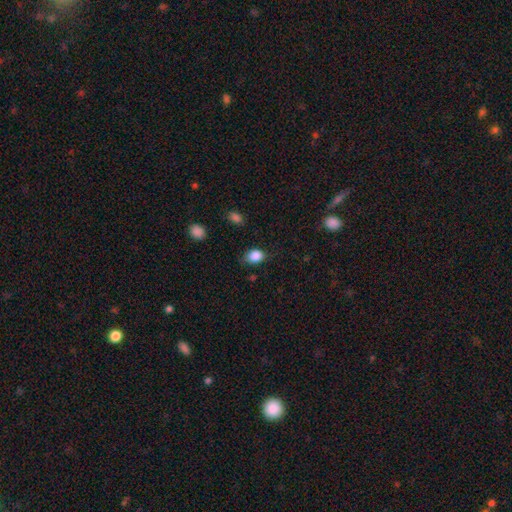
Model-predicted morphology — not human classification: type=smooth (87%); roundness=in between (64%); merging=none (73%).